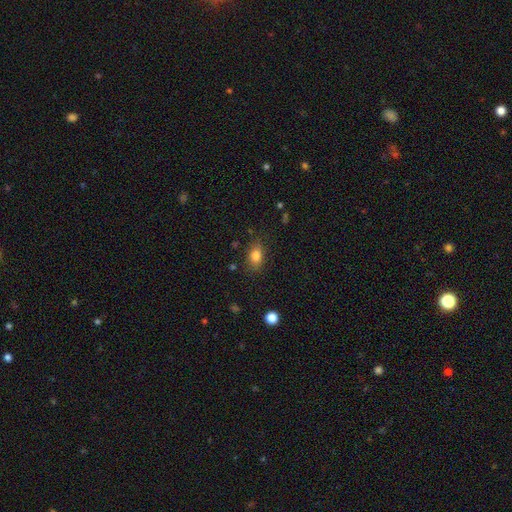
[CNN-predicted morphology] The model was most divided on "how rounded": in between: 79%, round: 18%, cigar-shaped: 3%. More confident: smooth or featured — smooth (82%); merging — none (80%).